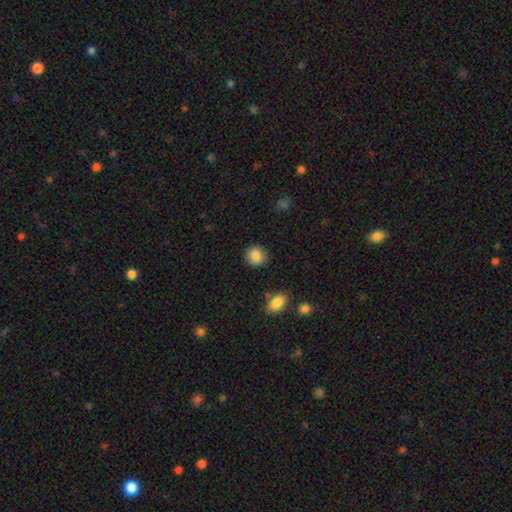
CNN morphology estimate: Overall: smooth (87%). How rounded: round (85%). Merging: none (88%).